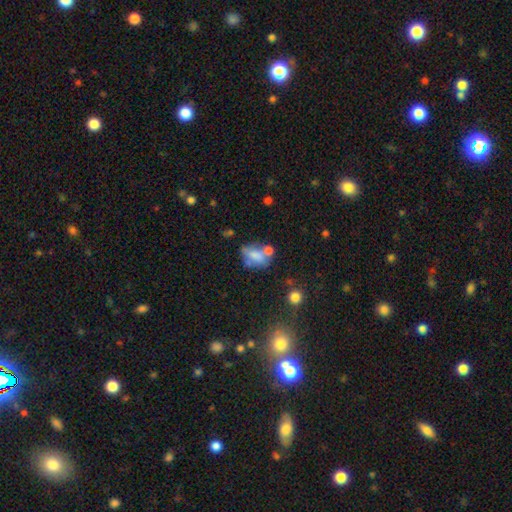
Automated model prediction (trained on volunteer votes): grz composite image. It shows a smooth galaxy with no disk features (61%) that is in between round and cigar-shaped (78%). Merging: merger (36%).